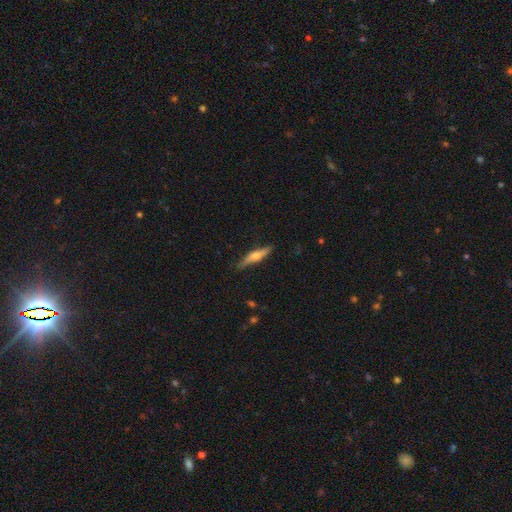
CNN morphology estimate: The model was most divided on "smooth or featured": featured or disk: 53%, smooth: 41%, star or artifact: 6%. More confident: edge-on disk — yes (95%); edge-on bulge — rounded (89%); merging — none (85%).